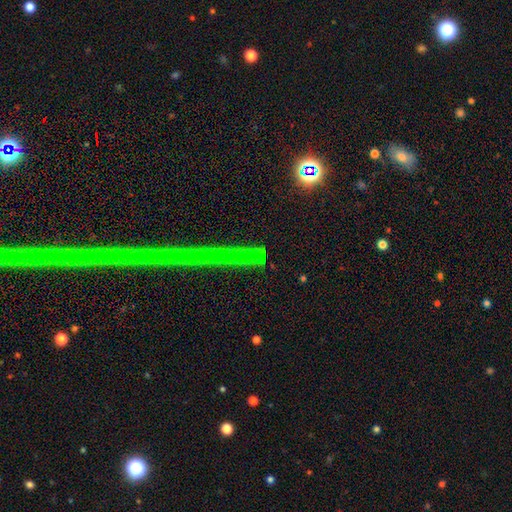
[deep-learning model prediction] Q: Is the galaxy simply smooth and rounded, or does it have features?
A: star or artifact — 74%.